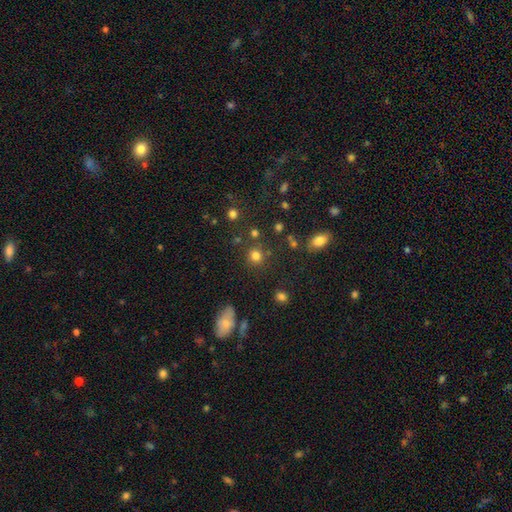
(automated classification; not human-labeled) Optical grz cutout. It shows a smooth galaxy with no disk features (78%) that is round (88%). Merging: none (82%).